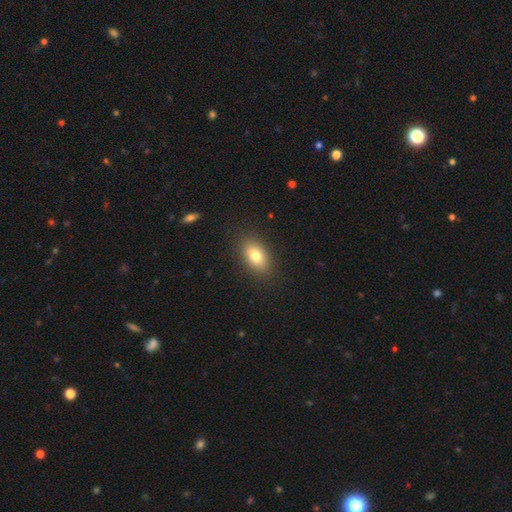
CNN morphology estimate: The model was most divided on "smooth or featured": smooth: 79%, featured or disk: 12%, star or artifact: 9%. More confident: merging — none (87%); how rounded — in between (86%).